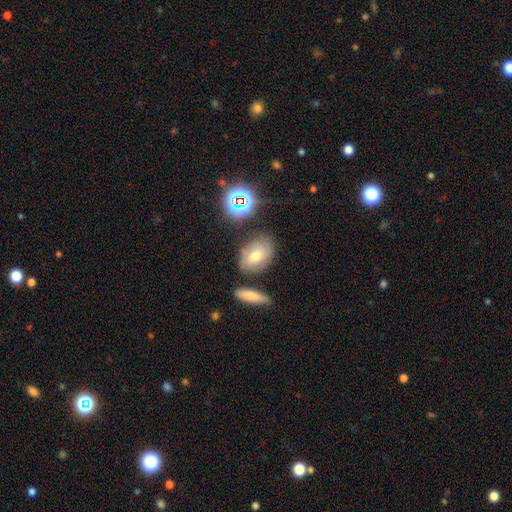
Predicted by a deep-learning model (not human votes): The model was most divided on "smooth or featured": smooth: 58%, featured or disk: 24%, star or artifact: 18%. More confident: how rounded — in between (76%); merging — none (72%).